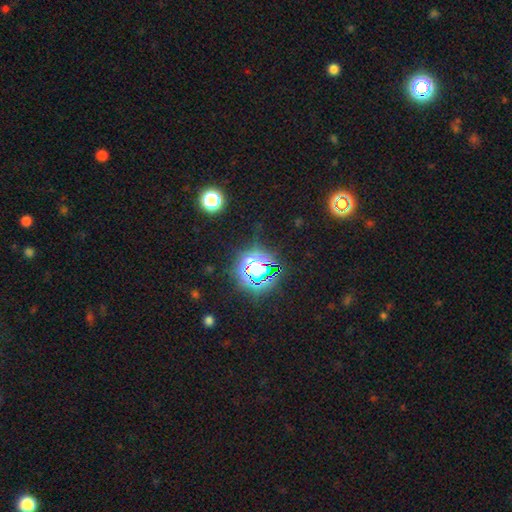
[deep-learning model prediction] Smooth or featured: star or artifact — 73% (smooth — 17%)